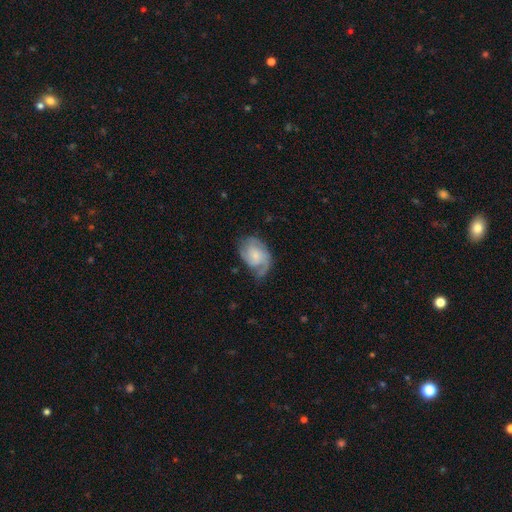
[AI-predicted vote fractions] featured or disk 72%, smooth 22%, star or artifact 6%. Down the decision tree: edge-on disk — no (97%); bar — no (65%); spiral arms — yes (94%); spiral arm count — 2 (39%); spiral winding — medium (44%); bulge size — small (45%); merging — none (56%).